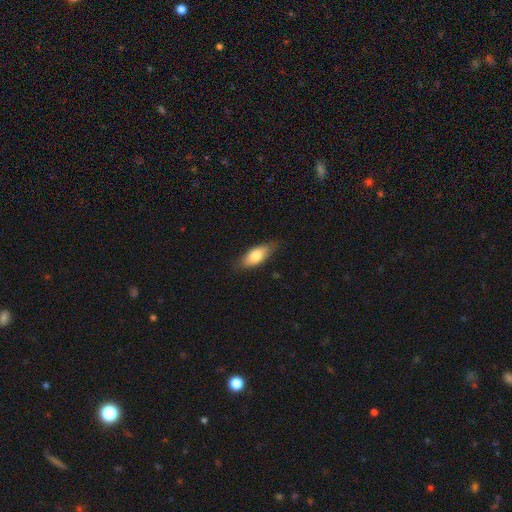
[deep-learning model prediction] smooth_or_featured: smooth (p=0.78) [alt: featured or disk p=0.16]
how_rounded: in between (p=0.83) [alt: cigar-shaped p=0.14]
merging: none (p=0.78) [alt: minor disturbance p=0.18]